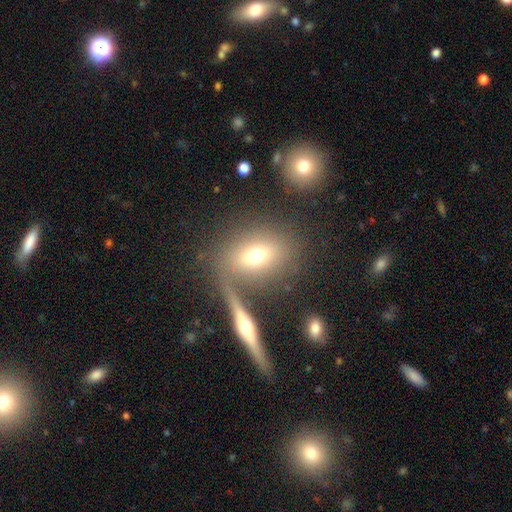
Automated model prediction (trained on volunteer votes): Smooth or featured?
  - smooth: 62% *
  - featured or disk: 26%
  - star or artifact: 11%
How rounded?
  - in between: 66% *
  - round: 28%
  - cigar-shaped: 6%
Merging?
  - none: 61% *
  - merger: 21%
  - minor disturbance: 12%
  - major disturbance: 6%